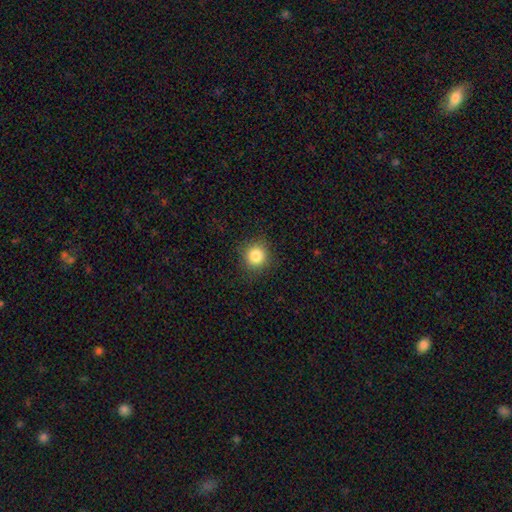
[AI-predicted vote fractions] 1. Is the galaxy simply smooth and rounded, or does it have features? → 84% smooth, 11% star or artifact, 5% featured or disk.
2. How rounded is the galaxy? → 91% round, 8% in between, 1% cigar-shaped.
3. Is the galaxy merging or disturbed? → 88% none, 8% minor disturbance, 3% major disturbance, 1% merger.